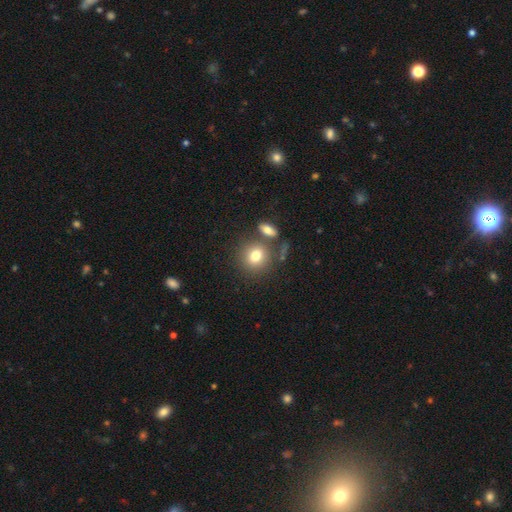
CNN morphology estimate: The model was most divided on "merging": none: 70%, merger: 16%, minor disturbance: 10%, major disturbance: 4%. More confident: how rounded — round (78%); smooth or featured — smooth (78%).